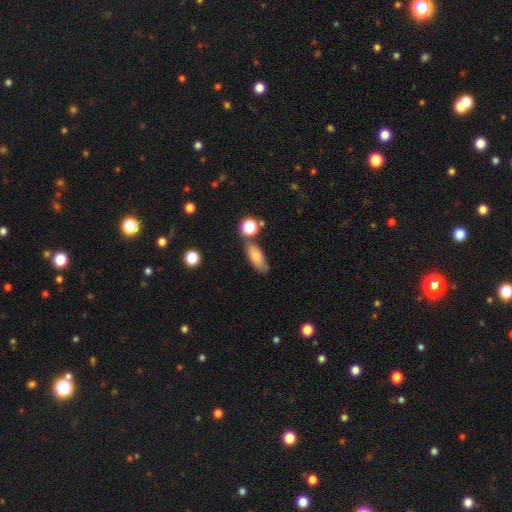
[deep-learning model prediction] The model was most divided on "merging": none: 62%, minor disturbance: 19%, merger: 13%, major disturbance: 6%. More confident: smooth or featured — smooth (79%); how rounded — in between (77%).